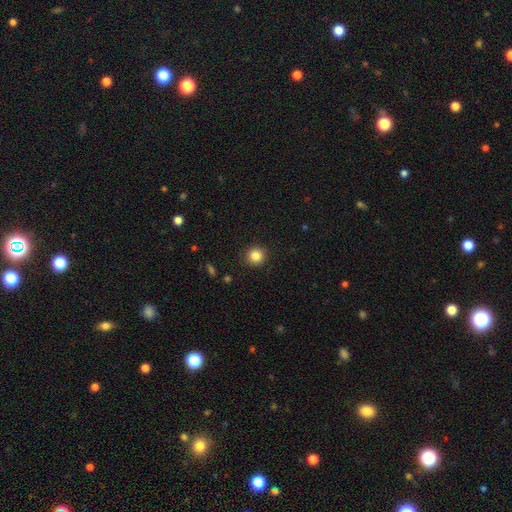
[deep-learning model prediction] A smooth galaxy with no disk features (84%) that is round (93%).

Vote fractions:
- Smooth or featured? smooth: 84% / star or artifact: 11% / featured or disk: 5%
- How rounded? round: 93% / in between: 6% / cigar-shaped: 1%
- Merging? none: 91% / minor disturbance: 6% / major disturbance: 2% / merger: 1%